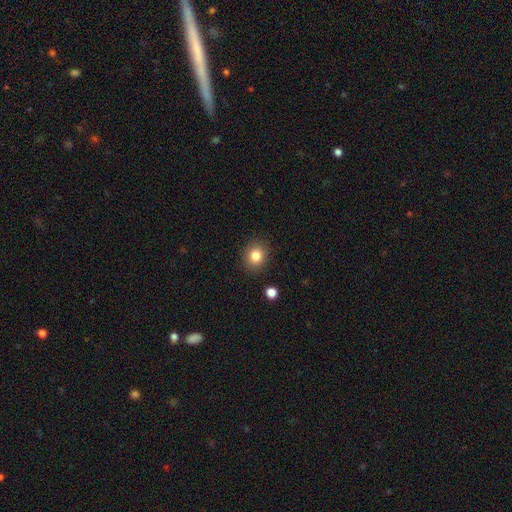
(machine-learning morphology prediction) Smooth or featured: smooth — 83% (star or artifact — 11%)
How rounded: round — 78% (in between — 21%)
Merging: none — 89% (minor disturbance — 7%)